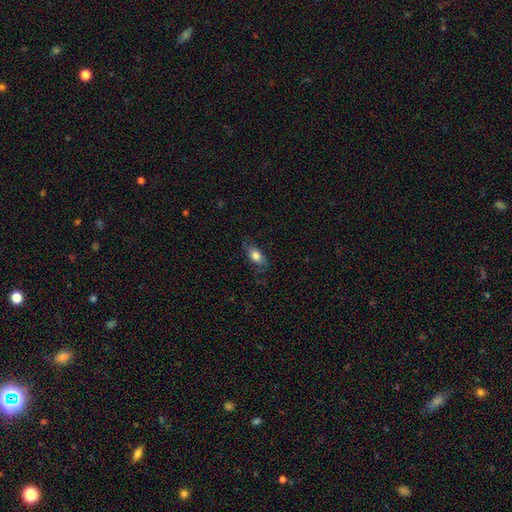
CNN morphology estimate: The model was most divided on "smooth or featured": smooth: 69%, featured or disk: 23%, star or artifact: 7%. More confident: how rounded — in between (84%); merging — none (68%).